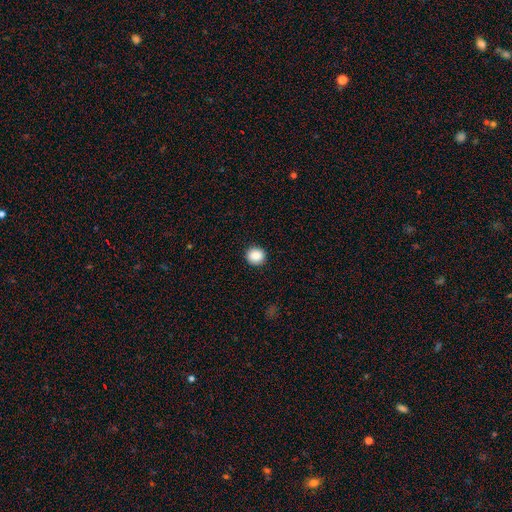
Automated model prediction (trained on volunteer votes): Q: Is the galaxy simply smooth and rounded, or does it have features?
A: smooth — 88%.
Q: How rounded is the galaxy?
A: round — 88%.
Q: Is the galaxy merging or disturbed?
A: none — 92%.